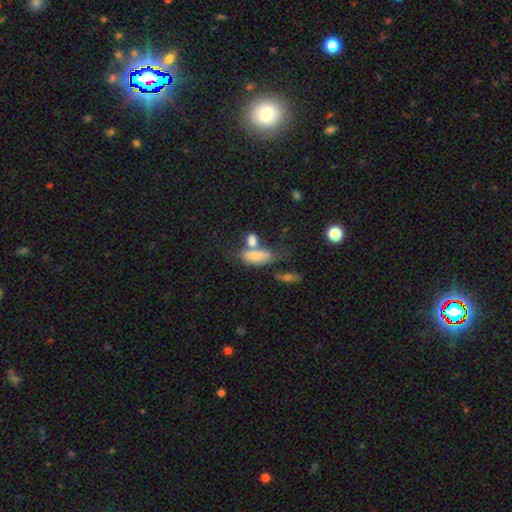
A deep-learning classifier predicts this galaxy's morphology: The model was most divided on "merging": merger: 46%, none: 29%, minor disturbance: 14%, major disturbance: 11%. More confident: how rounded — in between (81%); smooth or featured — smooth (74%).